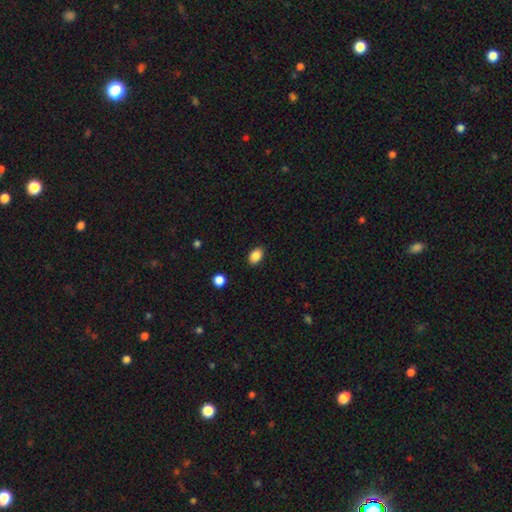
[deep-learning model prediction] Q: Smooth or featured?
A: smooth (87%); runner-up: star or artifact (9%)
Q: How rounded?
A: in between (81%); runner-up: round (18%)
Q: Merging?
A: none (88%); runner-up: minor disturbance (9%)